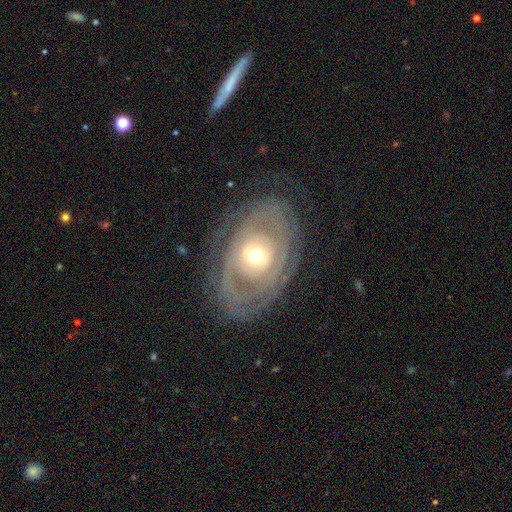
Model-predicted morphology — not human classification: smooth-or-featured: featured or disk: 77% | smooth: 17% | star or artifact: 6%
  disk-edge-on: no: 94% | yes: 6%
    bar: no: 72% | weak: 20% | strong: 8%
    has-spiral-arms: yes: 63% | no: 37%
    bulge-size: moderate: 60% | small: 32% | large: 6% | dominant: 1% | none: 1%
  merging: none: 73% | minor disturbance: 16% | major disturbance: 10% | merger: 1%